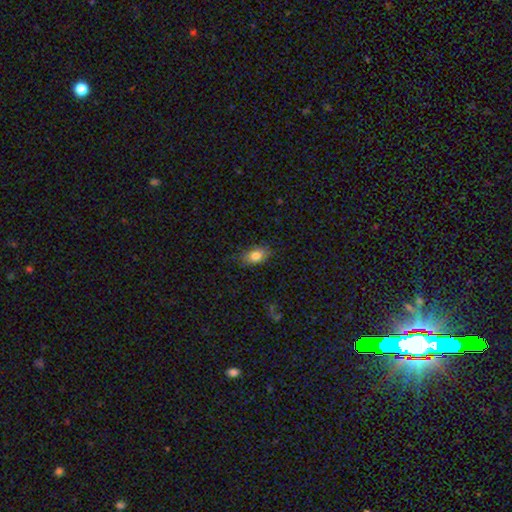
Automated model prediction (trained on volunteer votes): Q: Smooth or featured?
A: smooth (81%); runner-up: featured or disk (10%)
Q: How rounded?
A: in between (85%); runner-up: round (12%)
Q: Merging?
A: none (77%); runner-up: minor disturbance (18%)